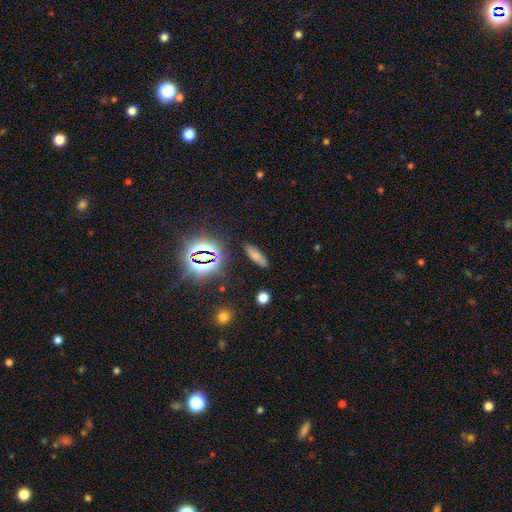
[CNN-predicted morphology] smooth 66%, star or artifact 21%, featured or disk 12%. Down the decision tree: how rounded — cigar-shaped (49%); merging — none (85%).